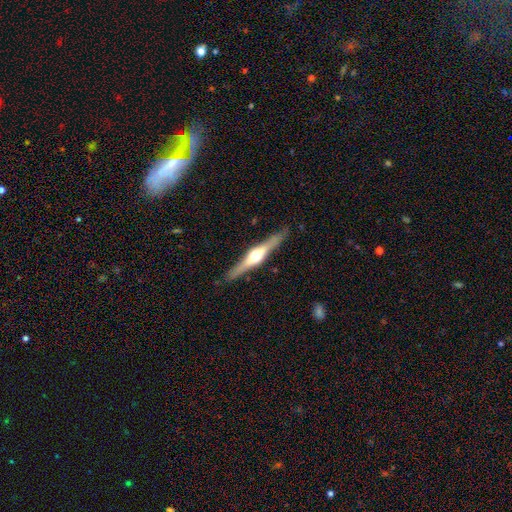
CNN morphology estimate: A featured or disk galaxy (78%) viewed edge-on (98%) with a rounded central bulge (94%). Merging: none (88%).